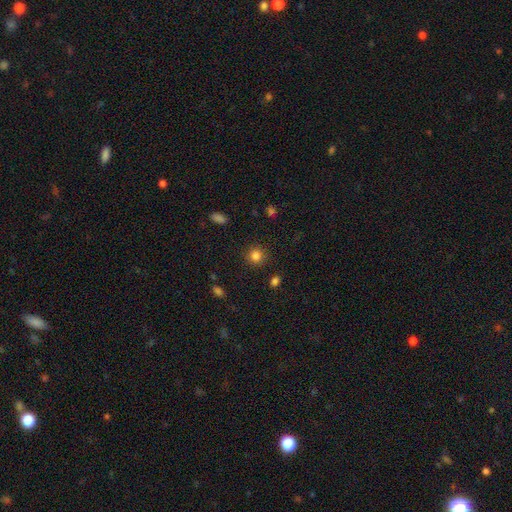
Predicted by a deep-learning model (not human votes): A smooth galaxy with no disk features (83%) that is round (91%).

Vote fractions:
- Smooth or featured? smooth: 83% / star or artifact: 12% / featured or disk: 4%
- How rounded? round: 91% / in between: 8% / cigar-shaped: 1%
- Merging? none: 89% / minor disturbance: 7% / major disturbance: 3% / merger: 2%